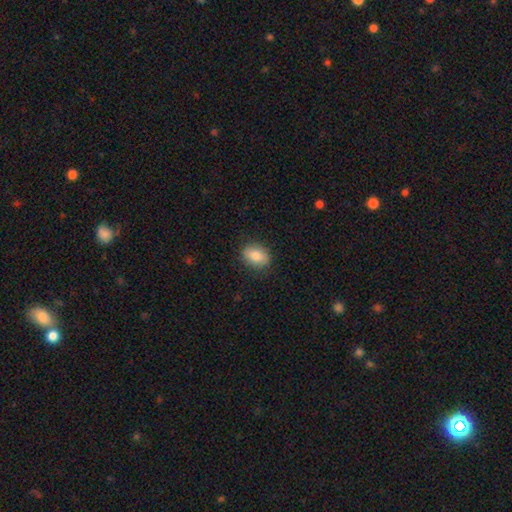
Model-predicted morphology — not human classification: Smooth or featured? smooth (84%)
How rounded? in between (75%)
Merging? none (85%)